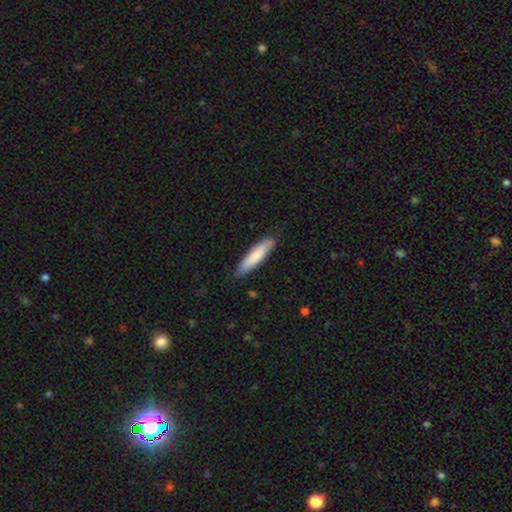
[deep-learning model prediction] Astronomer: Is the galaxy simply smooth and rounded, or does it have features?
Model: smooth — 80%.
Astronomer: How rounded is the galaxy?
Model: cigar-shaped — 78%.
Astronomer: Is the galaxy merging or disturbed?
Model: none — 83%.